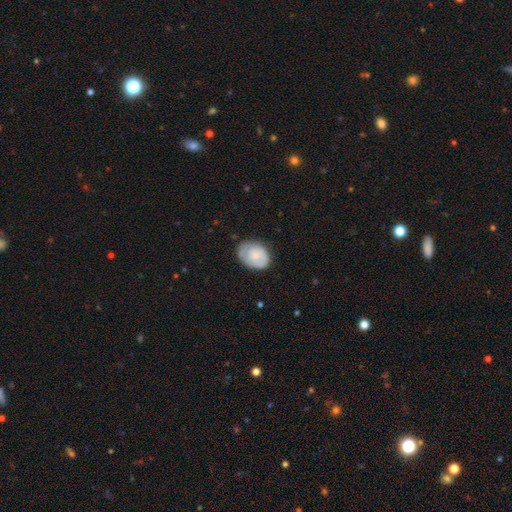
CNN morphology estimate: Smooth or featured?
  - smooth: 65% *
  - featured or disk: 29%
  - star or artifact: 6%
How rounded?
  - in between: 76% *
  - round: 23%
  - cigar-shaped: 1%
Merging?
  - none: 64% *
  - minor disturbance: 27%
  - major disturbance: 8%
  - merger: 2%